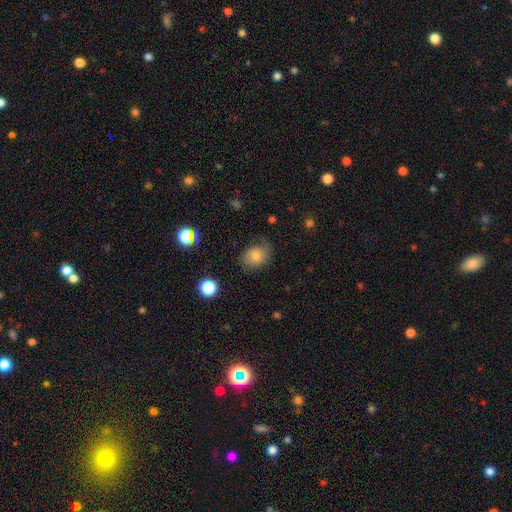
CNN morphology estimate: smooth 73%, featured or disk 16%, star or artifact 11%. Down the decision tree: how rounded — in between (62%); merging — none (63%).